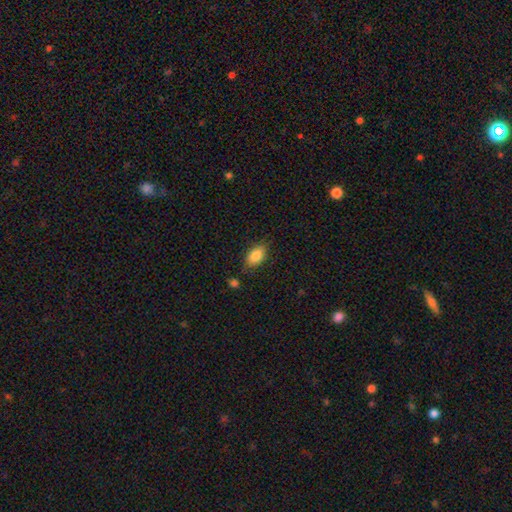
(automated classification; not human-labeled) Q: Smooth or featured?
A: smooth (84%); runner-up: featured or disk (8%)
Q: How rounded?
A: in between (89%); runner-up: round (8%)
Q: Merging?
A: none (78%); runner-up: minor disturbance (16%)